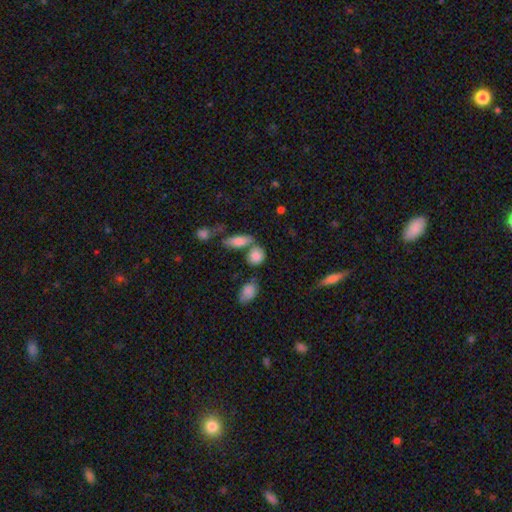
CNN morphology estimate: Q: Smooth or featured?
A: smooth (83%); runner-up: star or artifact (9%)
Q: How rounded?
A: round (51%); runner-up: in between (44%)
Q: Merging?
A: none (55%); runner-up: merger (26%)